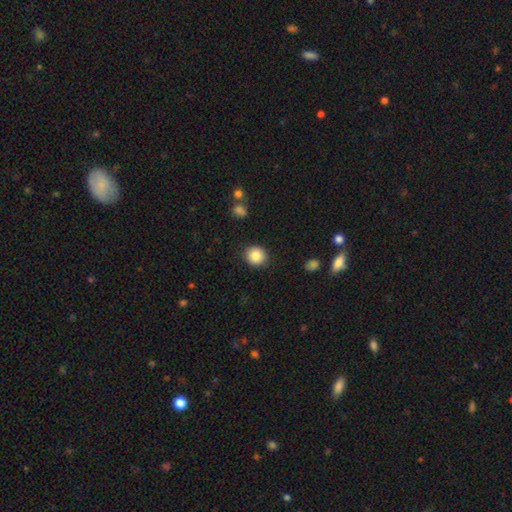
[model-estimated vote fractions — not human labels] Smooth or featured: smooth — 86% (star or artifact — 9%)
How rounded: round — 87% (in between — 12%)
Merging: none — 90% (minor disturbance — 7%)